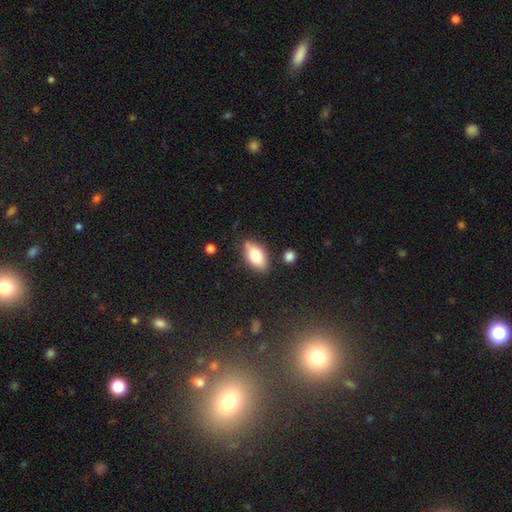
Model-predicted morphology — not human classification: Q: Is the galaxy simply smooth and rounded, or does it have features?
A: smooth — 77%.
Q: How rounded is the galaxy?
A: in between — 90%.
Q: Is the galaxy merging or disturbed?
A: none — 77%.